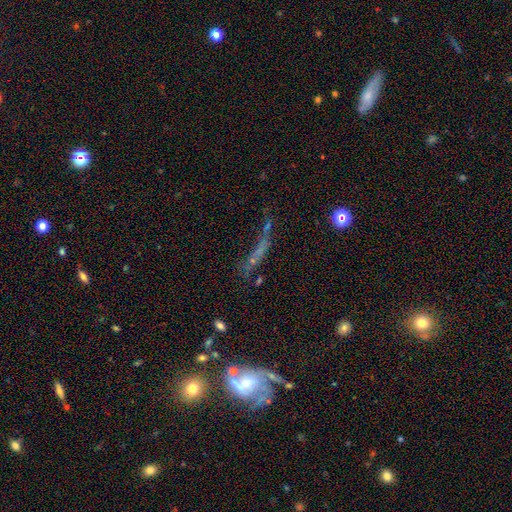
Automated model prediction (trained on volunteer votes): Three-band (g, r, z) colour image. It shows a featured or disk galaxy (45%). Merging: none (47%).